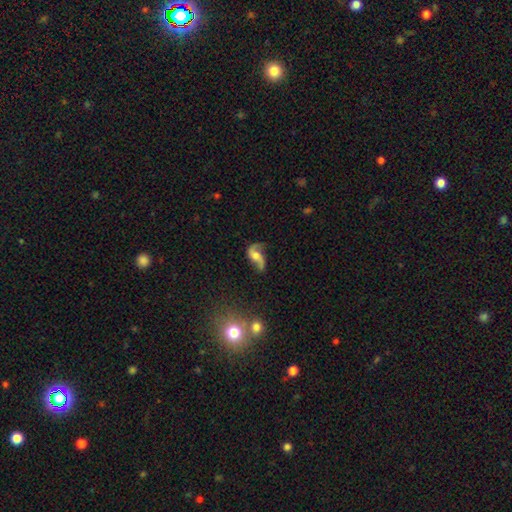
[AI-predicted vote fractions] A featured or disk galaxy (81%) with no bar (58%), 2 (91%) loose (80%) spiral arms (95%) and a moderate central bulge (58%). Merging: none (64%).